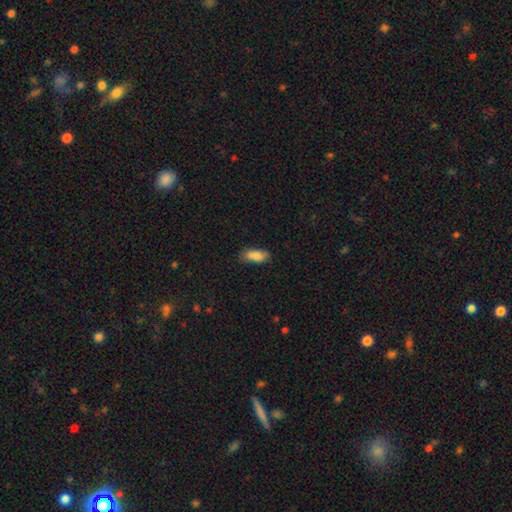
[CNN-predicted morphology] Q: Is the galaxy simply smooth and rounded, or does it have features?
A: smooth — 82%.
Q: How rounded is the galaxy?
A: in between — 80%.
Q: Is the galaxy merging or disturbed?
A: none — 66%.